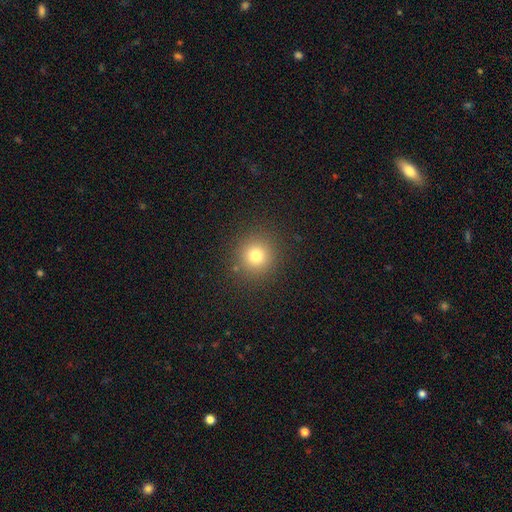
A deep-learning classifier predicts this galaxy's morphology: This appears to be a smooth galaxy with no disk features (77%) that is round (93%). Merging: none (88%).